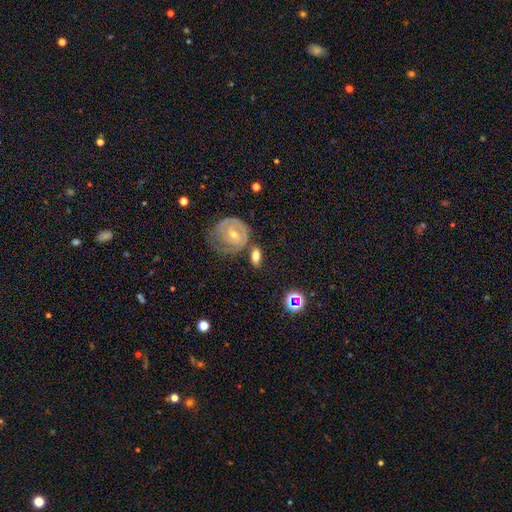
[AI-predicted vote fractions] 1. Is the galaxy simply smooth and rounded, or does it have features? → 49% smooth, 41% featured or disk, 9% star or artifact.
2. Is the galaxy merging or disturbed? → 65% none, 17% minor disturbance, 12% merger, 6% major disturbance.